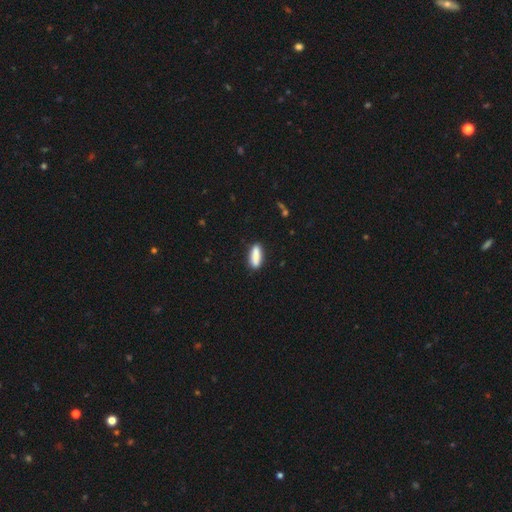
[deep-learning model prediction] Smooth or featured: smooth — 86% (featured or disk — 7%)
How rounded: in between — 51% (cigar-shaped — 47%)
Merging: none — 85% (minor disturbance — 11%)